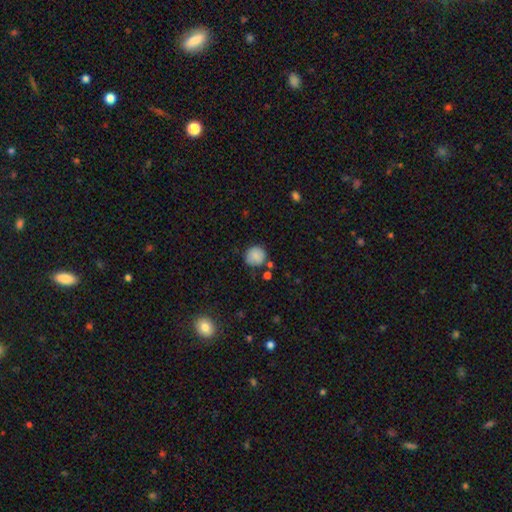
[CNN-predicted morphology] The model was most divided on "merging": none: 74%, minor disturbance: 16%, merger: 6%, major disturbance: 4%. More confident: how rounded — round (90%); smooth or featured — smooth (84%).